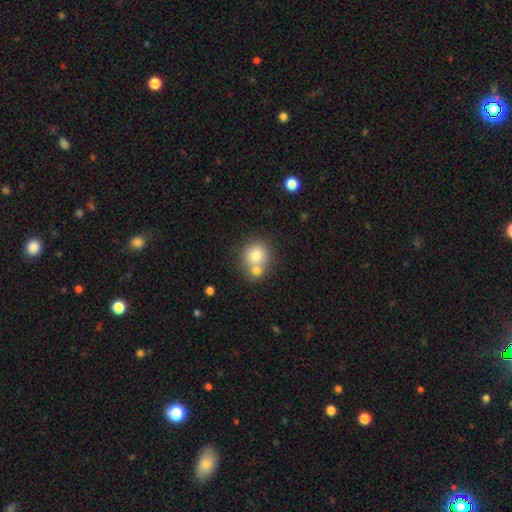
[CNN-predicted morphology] The model was most divided on "merging": none: 45%, merger: 44%, minor disturbance: 8%, major disturbance: 3%. More confident: how rounded — round (84%); smooth or featured — smooth (78%).